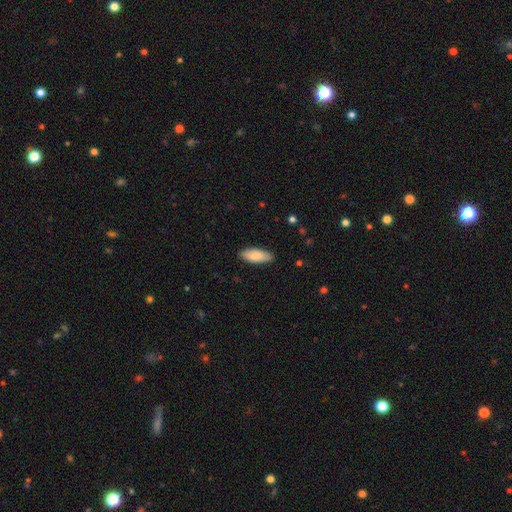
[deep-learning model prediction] smooth 86%, featured or disk 9%, star or artifact 5%. Down the decision tree: how rounded — in between (78%); merging — none (88%).